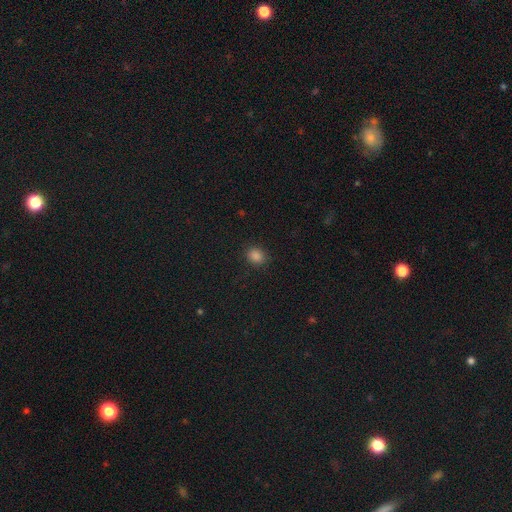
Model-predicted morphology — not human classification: Q: Smooth or featured?
A: smooth (84%); runner-up: star or artifact (12%)
Q: How rounded?
A: round (60%); runner-up: in between (39%)
Q: Merging?
A: none (86%); runner-up: minor disturbance (10%)